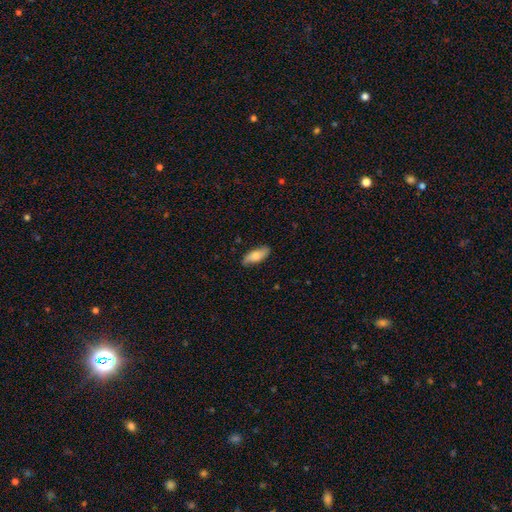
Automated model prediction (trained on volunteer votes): Morphology: type=smooth (63%); roundness=in between (75%); merging=none (81%).